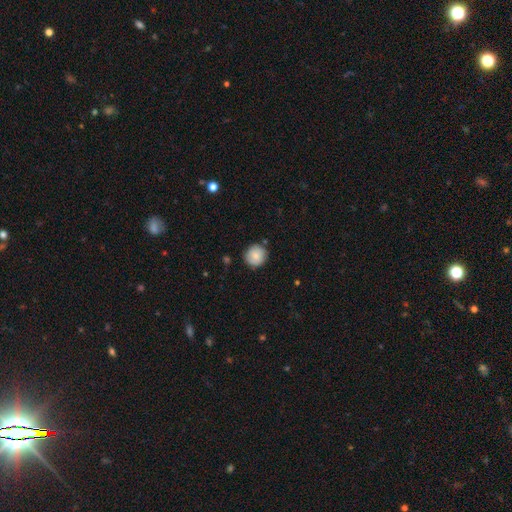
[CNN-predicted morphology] smooth_or_featured: smooth (p=0.80) [alt: featured or disk p=0.12]
how_rounded: round (p=0.94) [alt: in between p=0.05]
merging: none (p=0.84) [alt: minor disturbance p=0.12]